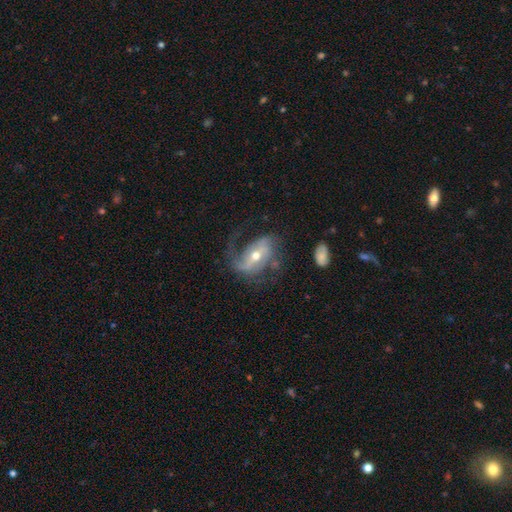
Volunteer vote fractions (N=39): Q: Smooth or featured?
A: featured or disk (82%); runner-up: star or artifact (10%)
Q: Edge-on disk?
A: no (97%); runner-up: yes (3%)
Q: Bar?
A: weak (45%); runner-up: strong (35%)
Q: Spiral arms?
A: yes (97%); runner-up: no (3%)
Q: Spiral winding?
A: medium (47%); tied with: loose (47%)
Q: Spiral arm count?
A: 1 (57%); runner-up: 2 (40%)
Q: Bulge size?
A: small (52%); runner-up: moderate (45%)
Q: Merging?
A: none (46%); runner-up: major disturbance (34%)